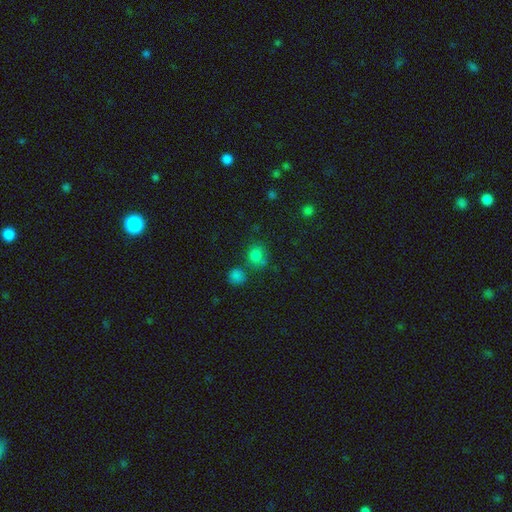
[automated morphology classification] A smooth galaxy with no disk features (78%) that is round (74%).

Vote fractions:
- Smooth or featured? smooth: 78% / star or artifact: 15% / featured or disk: 7%
- How rounded? round: 74% / in between: 25% / cigar-shaped: 1%
- Merging? none: 63% / merger: 18% / minor disturbance: 14% / major disturbance: 5%